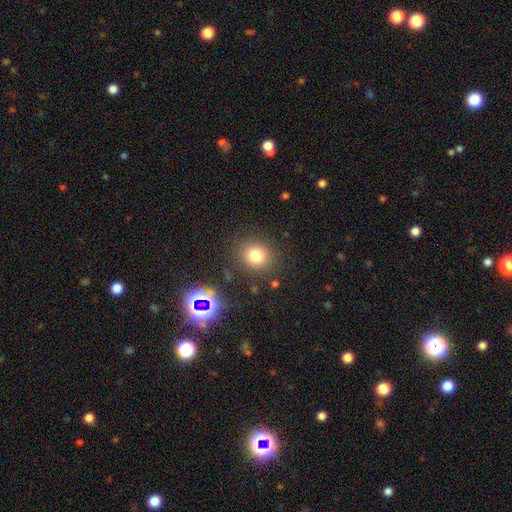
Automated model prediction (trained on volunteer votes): Smooth or featured? smooth (77%)
How rounded? round (81%)
Merging? none (85%)